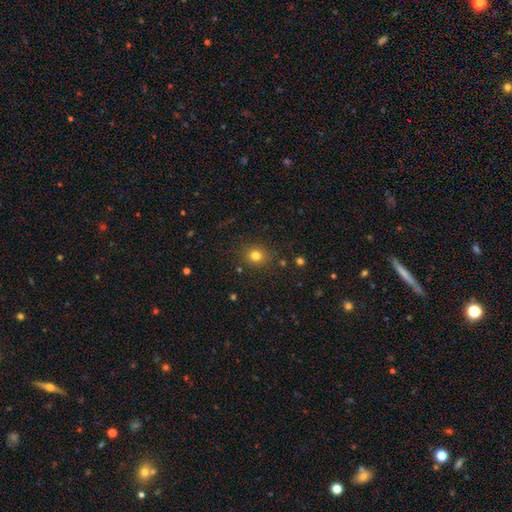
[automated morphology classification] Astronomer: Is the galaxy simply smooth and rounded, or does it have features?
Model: smooth — 78%.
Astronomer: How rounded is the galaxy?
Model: round — 80%.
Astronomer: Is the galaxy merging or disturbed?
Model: none — 85%.